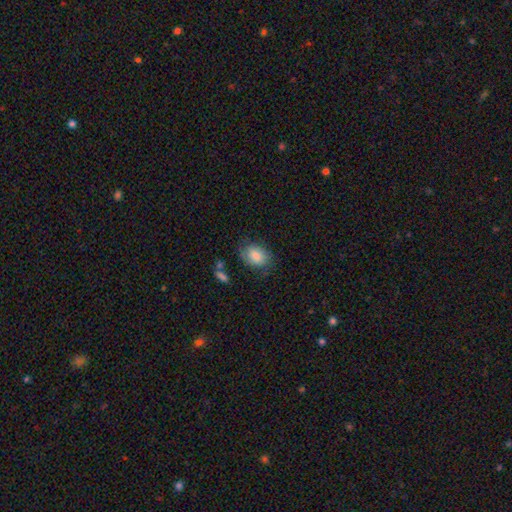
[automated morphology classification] Overall: smooth (79%). How rounded: in between (74%). Merging: none (69%).